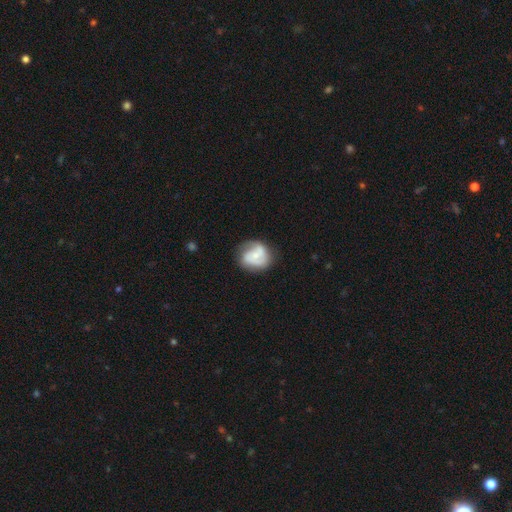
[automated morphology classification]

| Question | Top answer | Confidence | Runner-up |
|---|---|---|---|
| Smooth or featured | featured or disk | 60% | smooth (34%) |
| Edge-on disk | no | 98% | yes (2%) |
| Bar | no | 60% | weak (32%) |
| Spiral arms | yes | 85% | no (15%) |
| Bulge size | small | 56% | moderate (33%) |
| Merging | none | 64% | minor disturbance (24%) |